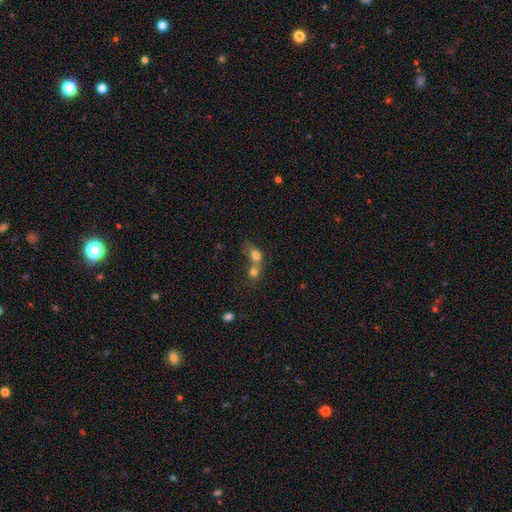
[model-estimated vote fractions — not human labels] A smooth galaxy with no disk features (74%) that is round (50%).

Vote fractions:
- Smooth or featured? smooth: 74% / featured or disk: 15% / star or artifact: 11%
- How rounded? round: 50% / in between: 47% / cigar-shaped: 3%
- Merging? merger: 72% / none: 17% / minor disturbance: 6% / major disturbance: 5%